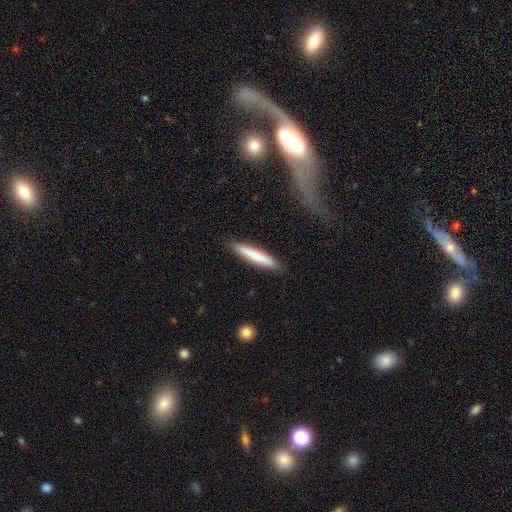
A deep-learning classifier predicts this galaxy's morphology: The model was most divided on "smooth or featured": smooth: 73%, featured or disk: 22%, star or artifact: 5%. More confident: how rounded — cigar-shaped (95%); merging — none (89%).